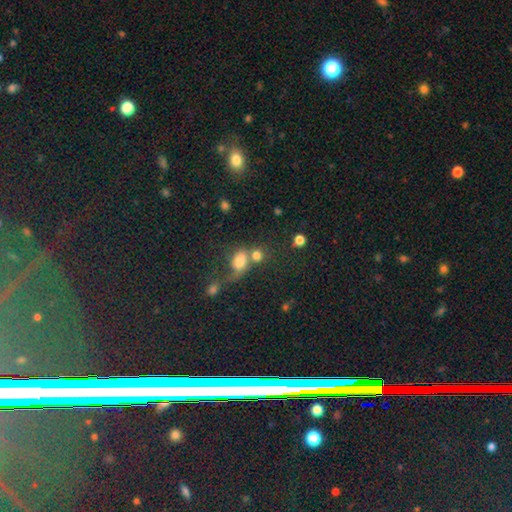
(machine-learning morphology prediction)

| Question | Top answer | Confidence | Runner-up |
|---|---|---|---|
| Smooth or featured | smooth | 63% | star or artifact (19%) |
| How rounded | round | 49% | in between (48%) |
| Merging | merger | 47% | none (27%) |